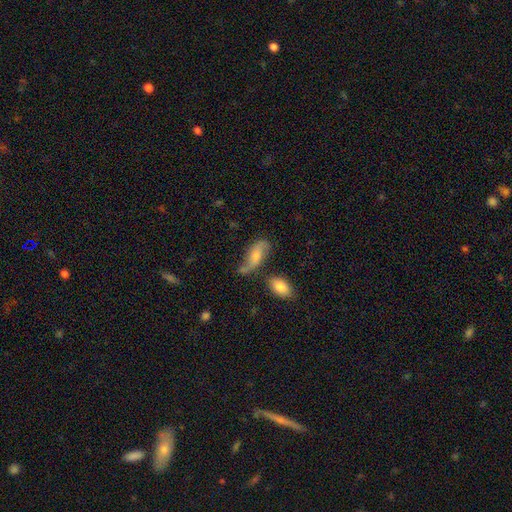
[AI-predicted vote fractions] This is possibly a featured or disk galaxy (53%). It is clearly not viewed edge-on (88%). Merging: possibly none (50%).